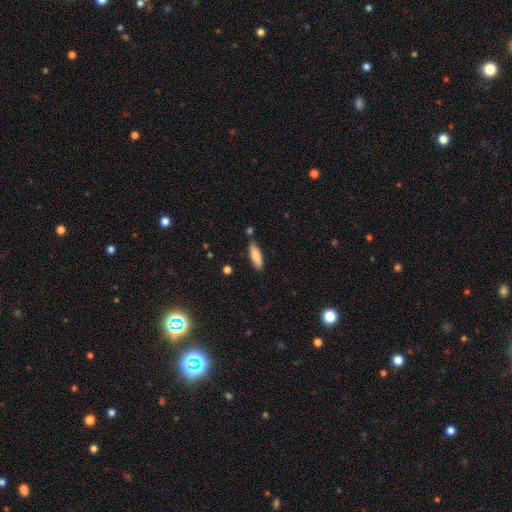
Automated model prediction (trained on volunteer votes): Morphology: type=smooth (84%); roundness=in between (53%); merging=none (80%).